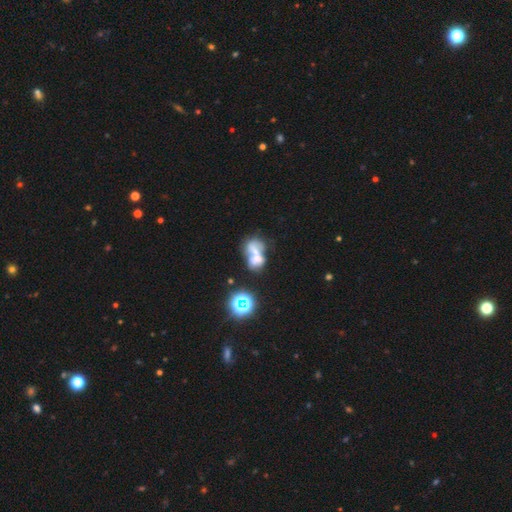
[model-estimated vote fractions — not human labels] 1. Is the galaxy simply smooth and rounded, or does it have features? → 46% smooth, 36% featured or disk, 18% star or artifact.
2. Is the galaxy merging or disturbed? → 65% merger, 15% none, 11% major disturbance, 8% minor disturbance.